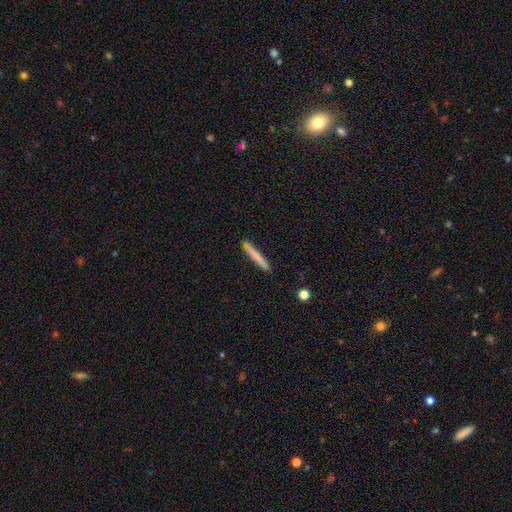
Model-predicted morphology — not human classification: A smooth galaxy with no disk features (72%) that is cigar-shaped (96%).

Vote fractions:
- Smooth or featured? smooth: 72% / featured or disk: 22% / star or artifact: 6%
- How rounded? cigar-shaped: 96% / in between: 3% / round: 1%
- Merging? none: 87% / minor disturbance: 9% / merger: 2% / major disturbance: 2%